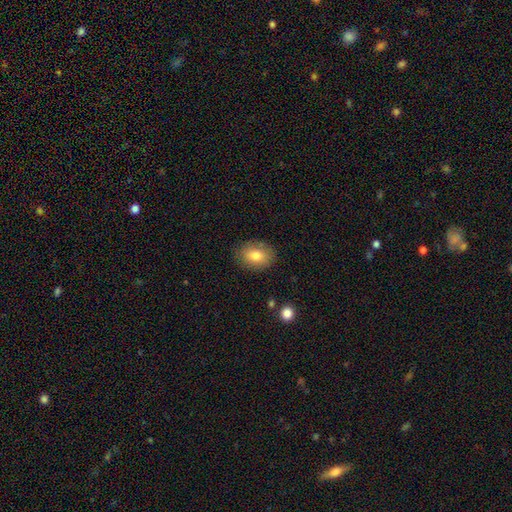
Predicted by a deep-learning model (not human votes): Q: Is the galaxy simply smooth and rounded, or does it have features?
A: smooth — 79%.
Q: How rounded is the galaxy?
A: in between — 70%.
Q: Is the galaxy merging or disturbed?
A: none — 84%.